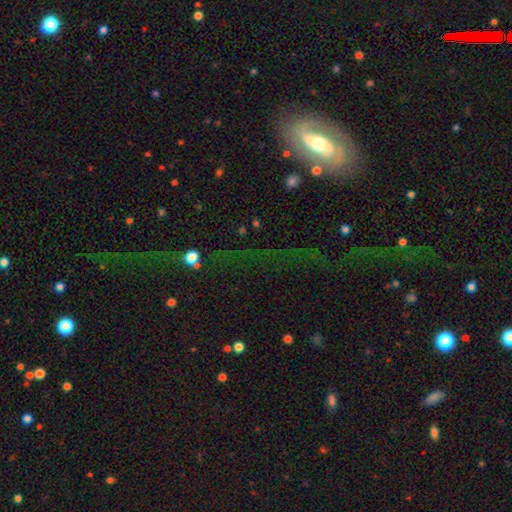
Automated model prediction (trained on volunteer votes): Overall: featured or disk (47%; smooth 27%). Merging: none (55%; major disturbance 23%).